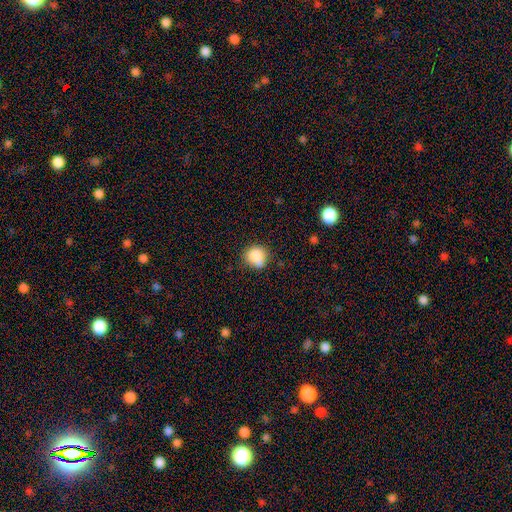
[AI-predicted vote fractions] A smooth galaxy with no disk features (83%) that is round (81%). Merging: none (62%).